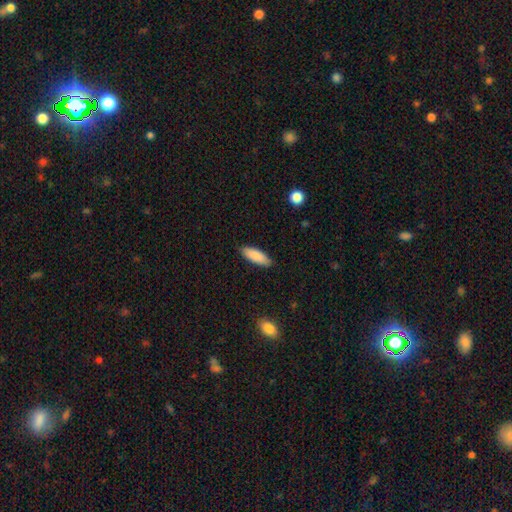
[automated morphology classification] smooth 88%, featured or disk 6%, star or artifact 6%. Down the decision tree: how rounded — in between (66%); merging — none (87%).